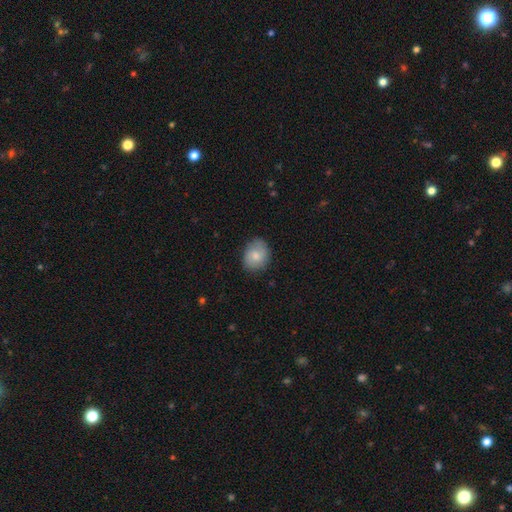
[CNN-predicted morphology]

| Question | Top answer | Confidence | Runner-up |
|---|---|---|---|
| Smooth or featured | smooth | 76% | featured or disk (17%) |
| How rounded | round | 56% | in between (43%) |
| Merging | none | 75% | minor disturbance (20%) |